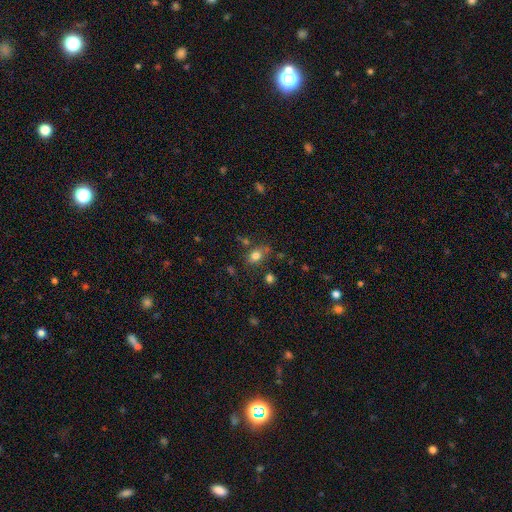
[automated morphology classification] Smooth or featured? smooth (78%)
How rounded? in between (64%)
Merging? none (69%)